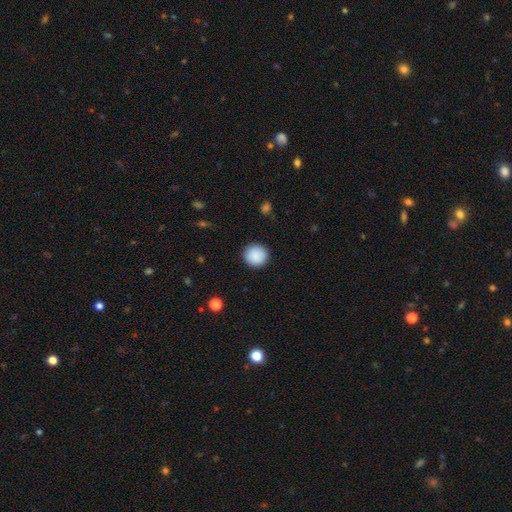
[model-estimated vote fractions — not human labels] smooth_or_featured: smooth (p=0.90) [alt: star or artifact p=0.07]
how_rounded: round (p=0.94) [alt: in between p=0.05]
merging: none (p=0.92) [alt: minor disturbance p=0.05]